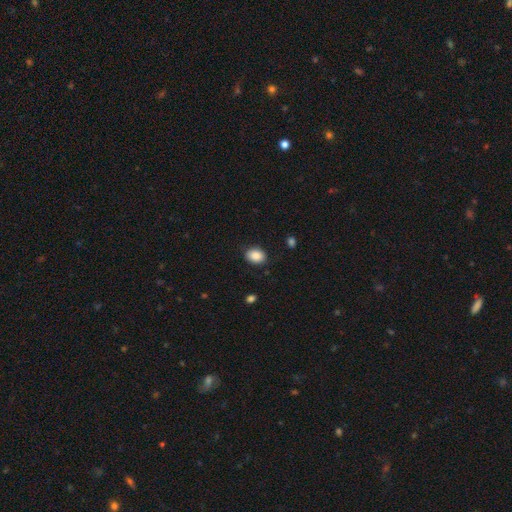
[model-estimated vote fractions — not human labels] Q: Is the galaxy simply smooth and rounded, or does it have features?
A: smooth — 88%.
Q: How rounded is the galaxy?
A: in between — 68%.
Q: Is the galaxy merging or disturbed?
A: none — 85%.